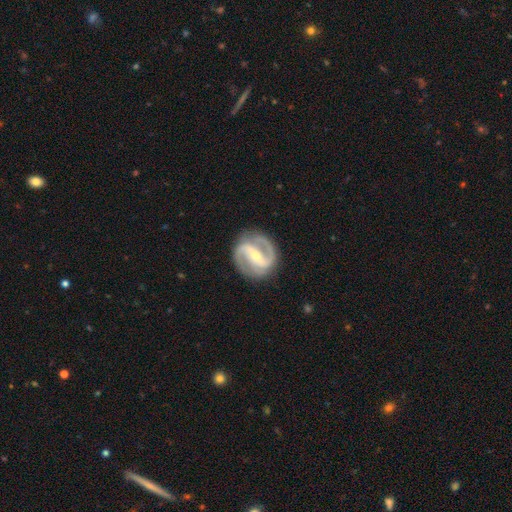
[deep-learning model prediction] Smooth or featured? featured or disk (91%)
Edge-on disk? no (98%)
Bar? strong (61%)
Spiral arms? yes (97%)
Spiral winding? medium (54%)
Spiral arm count? 2 (92%)
Bulge size? small (64%)
Merging? none (83%)